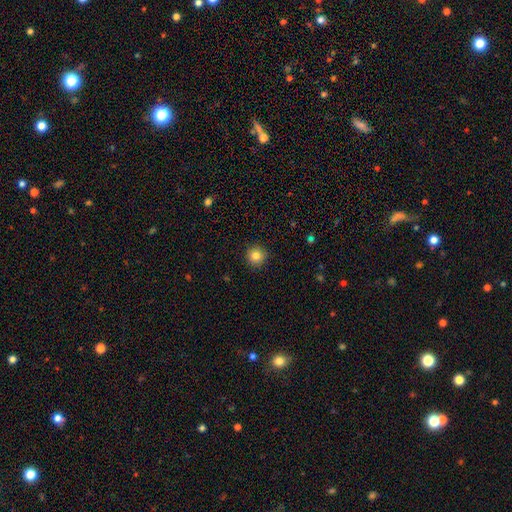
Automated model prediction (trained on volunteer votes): Smooth or featured? smooth (84%)
How rounded? round (94%)
Merging? none (91%)